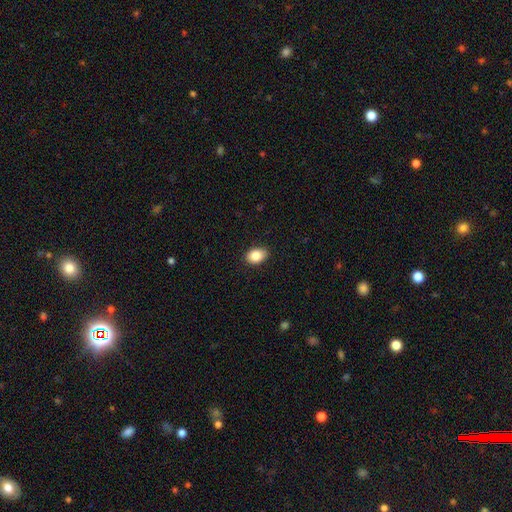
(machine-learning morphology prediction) type=smooth (86%); roundness=in between (75%); merging=none (87%).